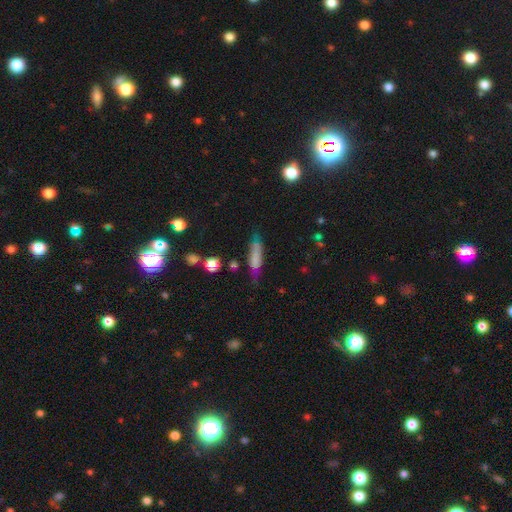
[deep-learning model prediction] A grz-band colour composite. It shows a smooth galaxy with no disk features (64%) that is cigar-shaped (69%). Merging: none (61%).